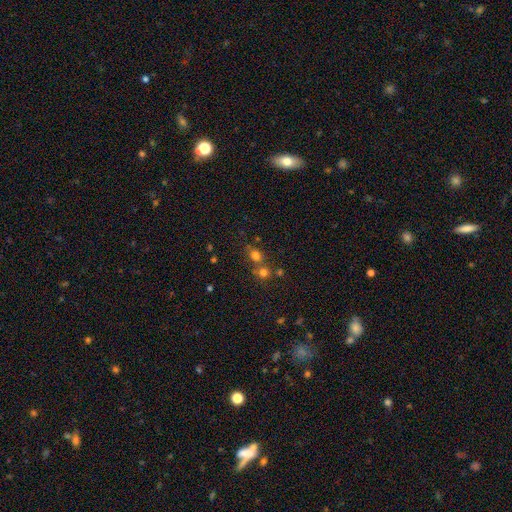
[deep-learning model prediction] smooth 70%, star or artifact 20%, featured or disk 10%. Down the decision tree: how rounded — round (63%); merging — none (49%).